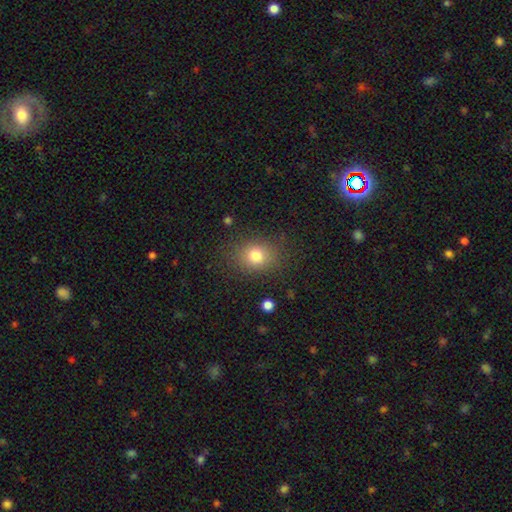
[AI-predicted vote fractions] The model was most divided on "how rounded": round: 58%, in between: 41%, cigar-shaped: 1%. More confident: merging — none (83%); smooth or featured — smooth (78%).